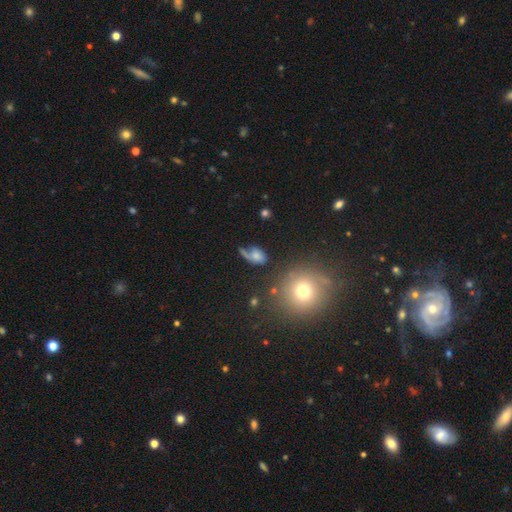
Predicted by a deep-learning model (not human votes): A smooth galaxy with no disk features (52%) that is in between round and cigar-shaped (73%).

Vote fractions:
- Smooth or featured? smooth: 52% / featured or disk: 35% / star or artifact: 13%
- How rounded? in between: 73% / round: 24% / cigar-shaped: 3%
- Merging? none: 39% / major disturbance: 27% / minor disturbance: 24% / merger: 10%